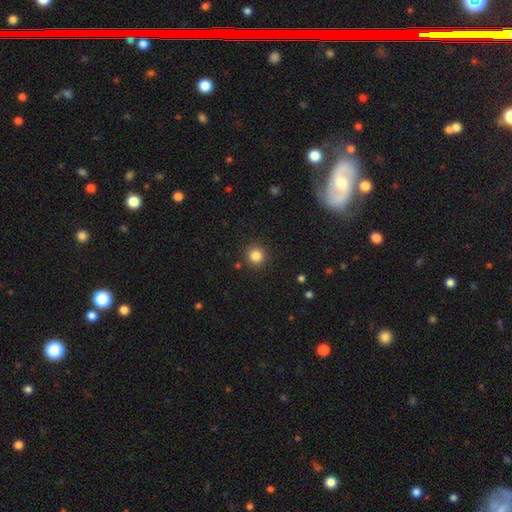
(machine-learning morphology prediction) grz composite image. It shows a smooth galaxy with no disk features (84%) that is round (93%). Merging: none (90%).